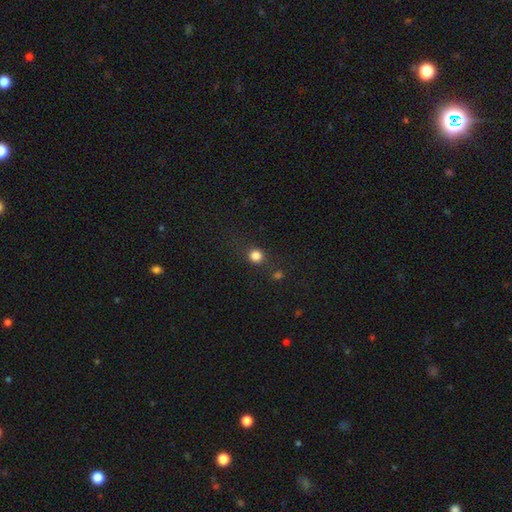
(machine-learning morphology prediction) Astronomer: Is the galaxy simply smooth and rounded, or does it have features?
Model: smooth — 82%.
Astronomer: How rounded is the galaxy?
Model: round — 89%.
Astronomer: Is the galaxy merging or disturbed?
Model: none — 80%.